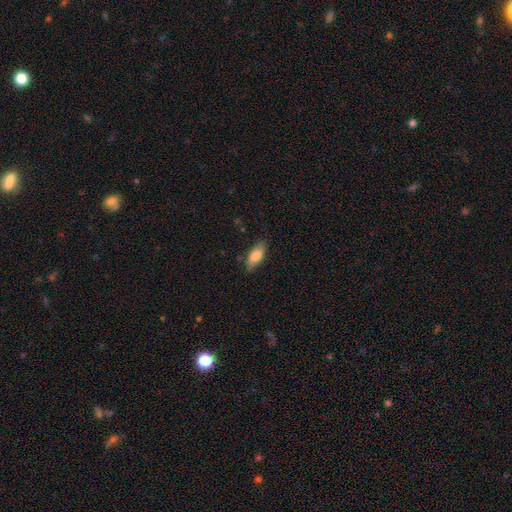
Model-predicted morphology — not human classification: smooth-or-featured: smooth: 79% | featured or disk: 15% | star or artifact: 6%
  how-rounded: in between: 79% | cigar-shaped: 19% | round: 2%
  merging: none: 81% | minor disturbance: 15% | major disturbance: 3% | merger: 1%